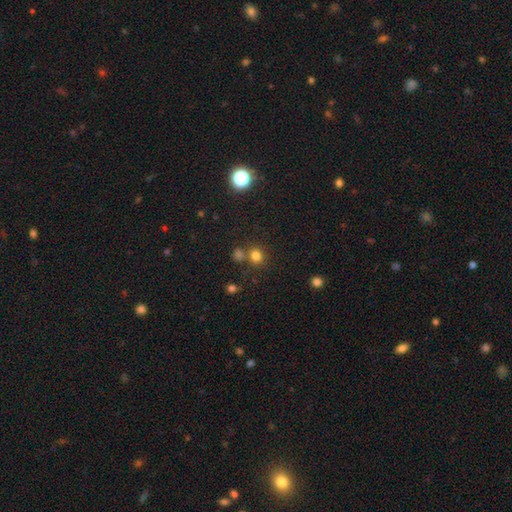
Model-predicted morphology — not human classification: Q: Smooth or featured?
A: smooth (76%); runner-up: star or artifact (18%)
Q: How rounded?
A: round (85%); runner-up: in between (14%)
Q: Merging?
A: none (70%); runner-up: merger (18%)